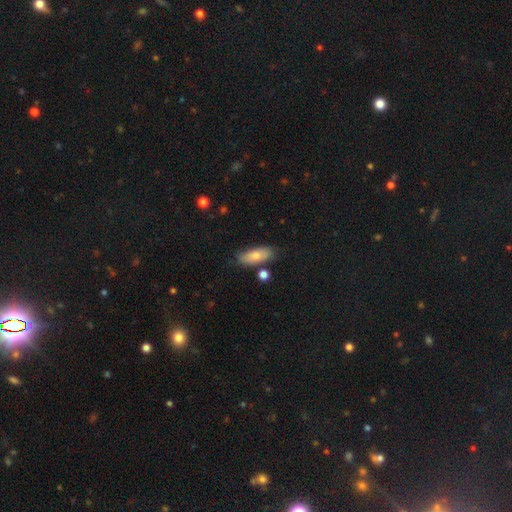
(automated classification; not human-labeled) The model was most divided on "how rounded": in between: 78%, cigar-shaped: 20%, round: 3%. More confident: smooth or featured — smooth (78%); merging — none (75%).